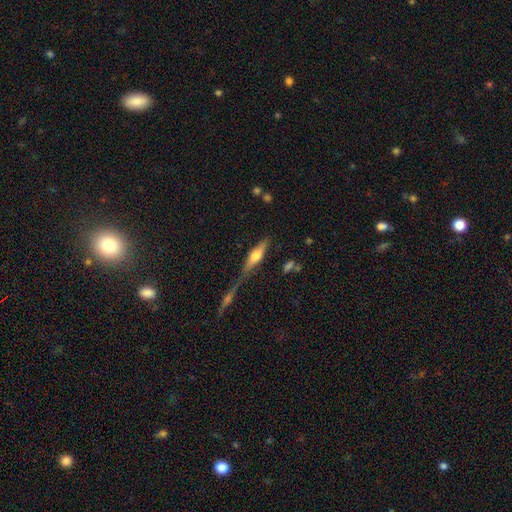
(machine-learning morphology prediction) The model was most divided on "smooth or featured": featured or disk: 48%, smooth: 44%, star or artifact: 8%. More confident: merging — none (55%).